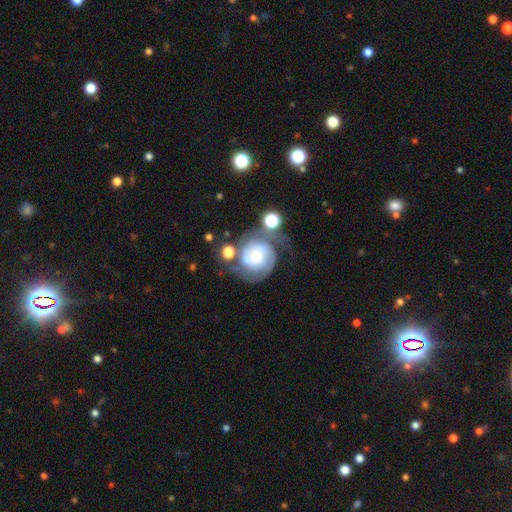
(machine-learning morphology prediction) Q: Smooth or featured?
A: featured or disk (68%); runner-up: smooth (23%)
Q: Edge-on disk?
A: no (98%); runner-up: yes (2%)
Q: Bar?
A: no (70%); runner-up: weak (24%)
Q: Spiral arms?
A: yes (88%); runner-up: no (12%)
Q: Spiral winding?
A: tight (47%); runner-up: medium (37%)
Q: Spiral arm count?
A: 2 (58%); runner-up: can't tell (22%)
Q: Bulge size?
A: small (38%); runner-up: moderate (31%)
Q: Merging?
A: none (44%); runner-up: minor disturbance (21%)